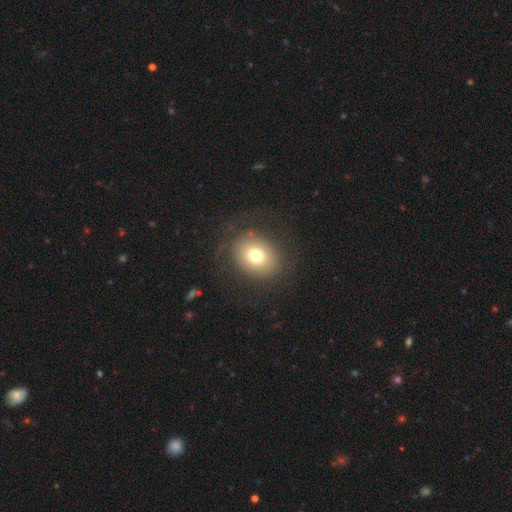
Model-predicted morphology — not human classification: Smooth or featured: smooth — 73% (featured or disk — 15%)
How rounded: round — 61% (in between — 39%)
Merging: none — 79% (minor disturbance — 12%)